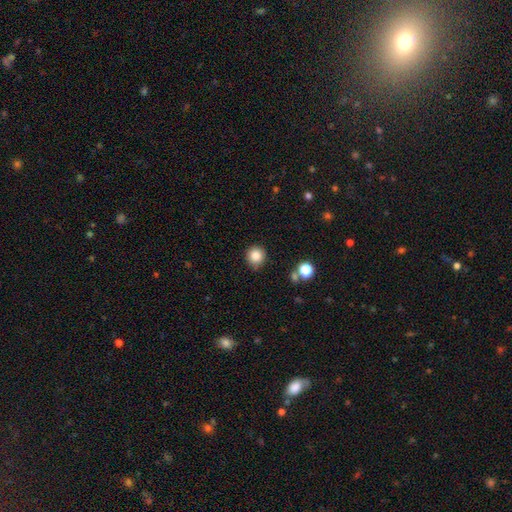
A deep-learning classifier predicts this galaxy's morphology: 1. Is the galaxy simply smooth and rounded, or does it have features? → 84% smooth, 11% star or artifact, 5% featured or disk.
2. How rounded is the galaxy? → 93% round, 6% in between, 1% cigar-shaped.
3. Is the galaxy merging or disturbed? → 86% none, 10% minor disturbance, 2% merger, 2% major disturbance.